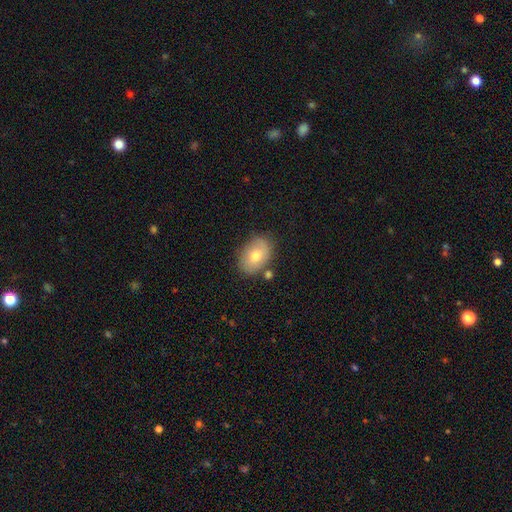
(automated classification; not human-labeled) smooth-or-featured: smooth: 71% | featured or disk: 21% | star or artifact: 8%
  how-rounded: in between: 82% | round: 17% | cigar-shaped: 1%
  merging: none: 74% | minor disturbance: 17% | merger: 6% | major disturbance: 4%